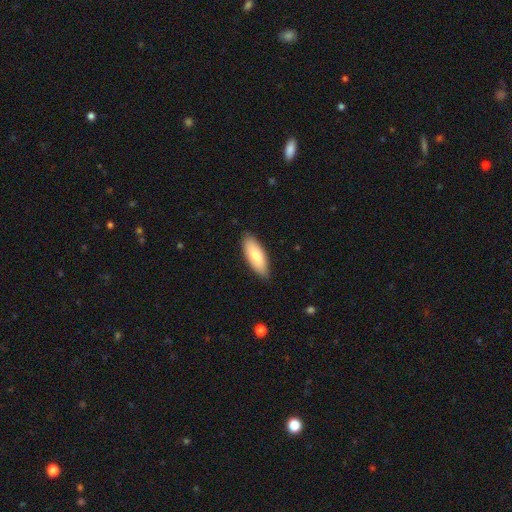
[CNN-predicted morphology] A smooth galaxy with no disk features (80%) that is in between round and cigar-shaped (76%). Merging: none (84%).